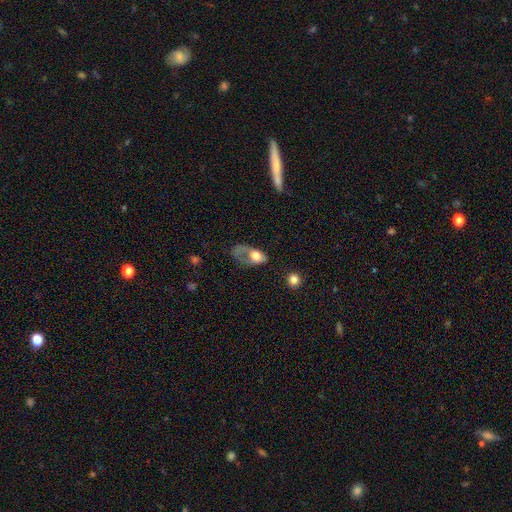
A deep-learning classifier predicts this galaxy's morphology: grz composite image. It shows a smooth galaxy with no disk features (61%) that is in between round and cigar-shaped (82%). Merging: major disturbance (62%).